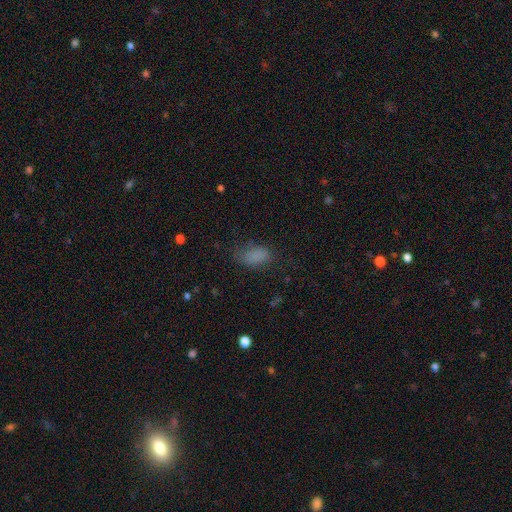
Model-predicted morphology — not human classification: Smooth or featured: smooth — 80% (star or artifact — 12%)
How rounded: in between — 90% (round — 6%)
Merging: none — 60% (minor disturbance — 25%)